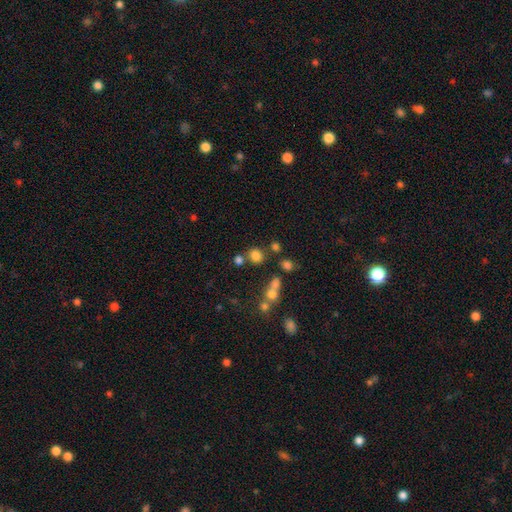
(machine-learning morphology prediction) type=smooth (76%); roundness=round (80%); merging=none (69%).